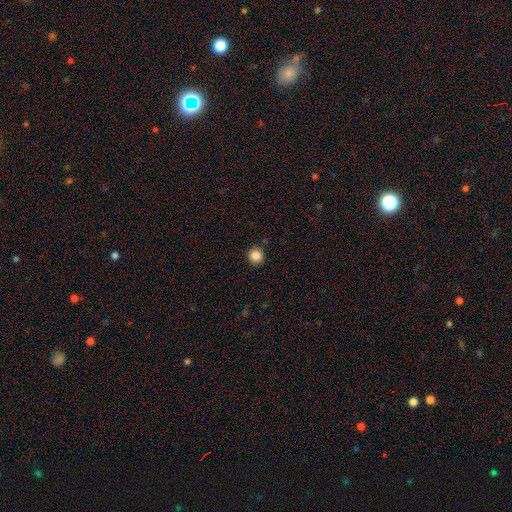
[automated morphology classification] smooth_or_featured: smooth (p=0.85) [alt: star or artifact p=0.11]
how_rounded: round (p=0.93) [alt: in between p=0.06]
merging: none (p=0.90) [alt: minor disturbance p=0.07]